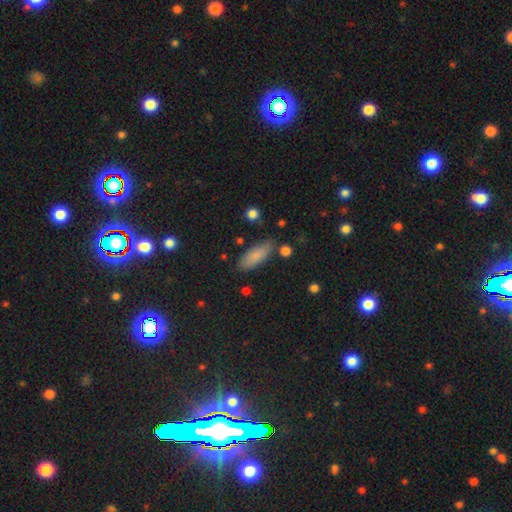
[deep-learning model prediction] Smooth or featured? smooth (82%)
How rounded? in between (72%)
Merging? none (74%)